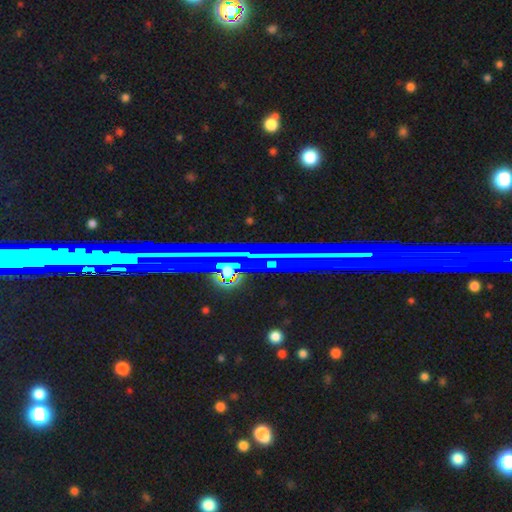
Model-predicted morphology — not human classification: This is likely a star or artifact rather than a galaxy (73%).